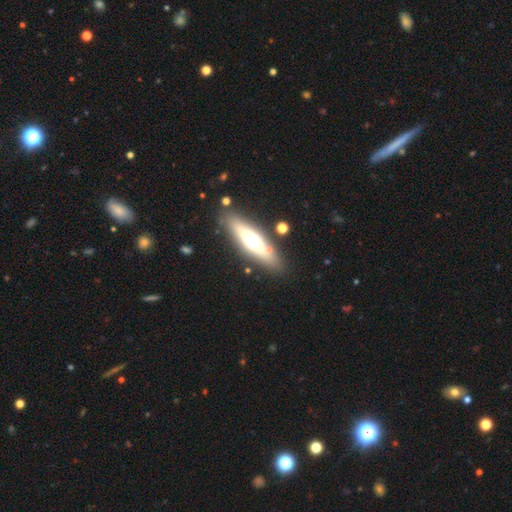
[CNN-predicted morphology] type=featured or disk (49%); merging=none (82%).